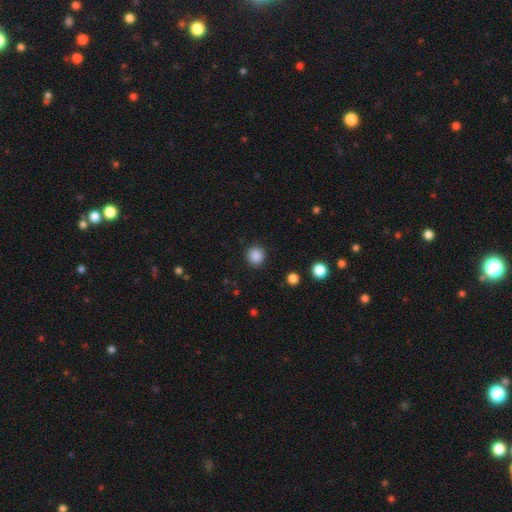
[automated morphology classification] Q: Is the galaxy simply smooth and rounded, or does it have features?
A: smooth — 87%.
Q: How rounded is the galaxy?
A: round — 91%.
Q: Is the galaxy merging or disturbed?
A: none — 91%.